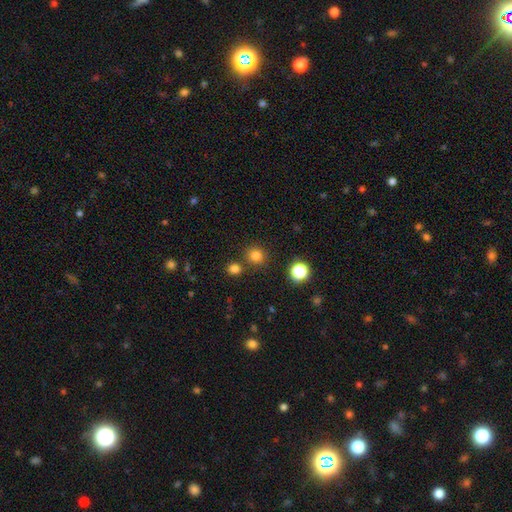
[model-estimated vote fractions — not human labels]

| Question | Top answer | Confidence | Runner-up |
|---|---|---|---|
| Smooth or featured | smooth | 79% | star or artifact (17%) |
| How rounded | round | 89% | in between (10%) |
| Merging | none | 82% | merger (9%) |